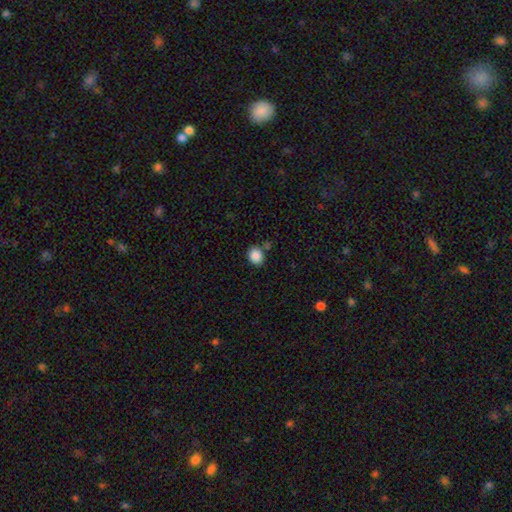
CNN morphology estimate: Smooth or featured? smooth (88%)
How rounded? round (68%)
Merging? none (77%)